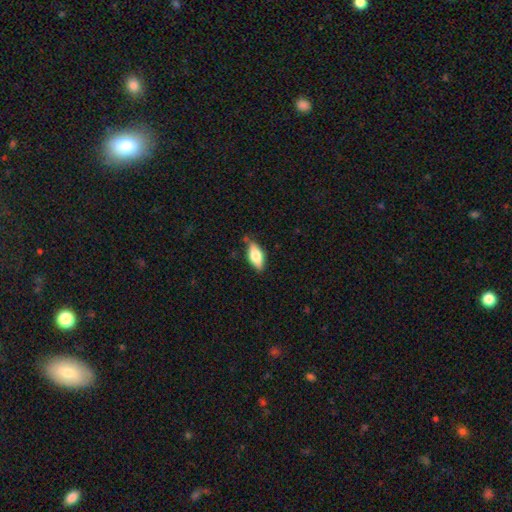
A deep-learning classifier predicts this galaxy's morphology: smooth 72%, featured or disk 22%, star or artifact 6%. Down the decision tree: how rounded — in between (83%); merging — none (76%).